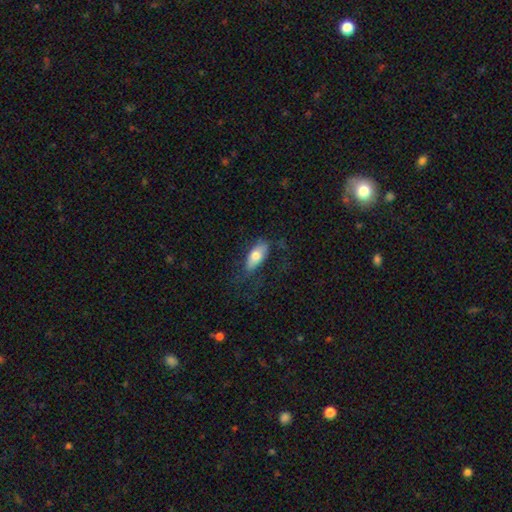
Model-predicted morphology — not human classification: This appears to be a smooth galaxy with no disk features (70%) that is in between round and cigar-shaped (81%). Merging: none (62%).